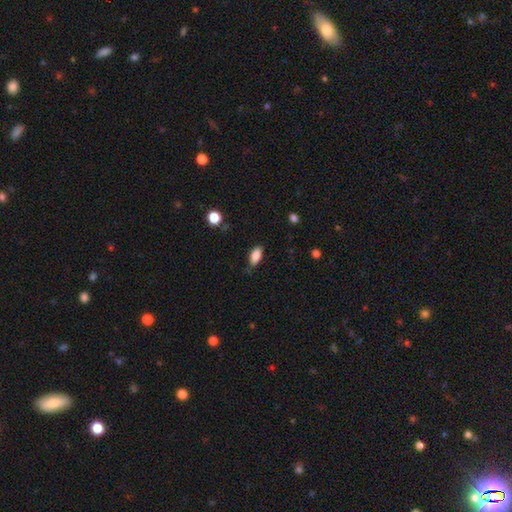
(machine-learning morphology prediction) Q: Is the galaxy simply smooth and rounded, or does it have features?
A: smooth — 87%.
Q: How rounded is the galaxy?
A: in between — 88%.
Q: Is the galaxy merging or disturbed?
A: none — 78%.